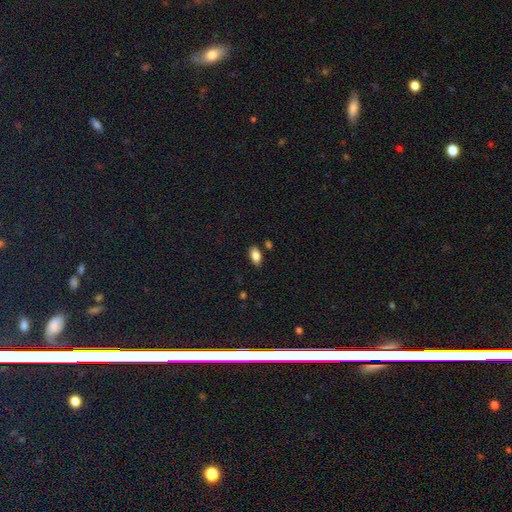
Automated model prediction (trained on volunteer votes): smooth_or_featured: smooth (p=0.84) [alt: star or artifact p=0.08]
how_rounded: in between (p=0.92) [alt: round p=0.04]
merging: none (p=0.83) [alt: minor disturbance p=0.11]